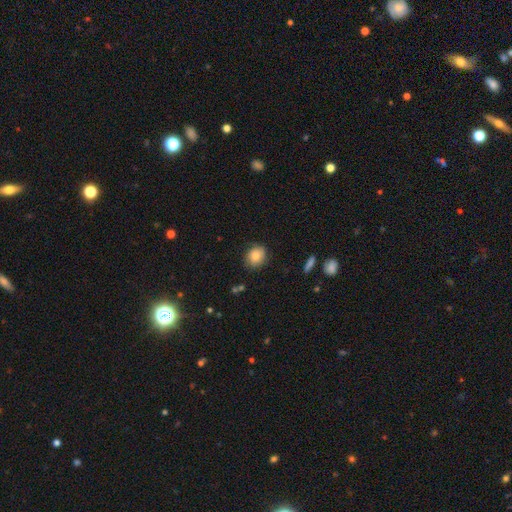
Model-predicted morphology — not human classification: Smooth or featured? Predicted: smooth (p=0.72). How rounded? Predicted: round (p=0.67). Merging? Predicted: none (p=0.78).